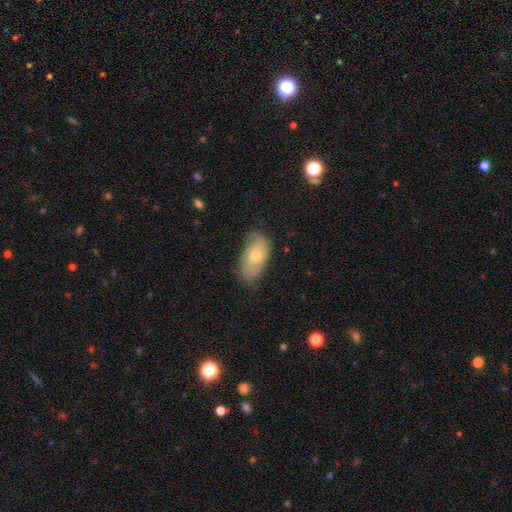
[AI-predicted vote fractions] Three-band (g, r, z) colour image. It shows a featured or disk galaxy (52%). Merging: none (61%).